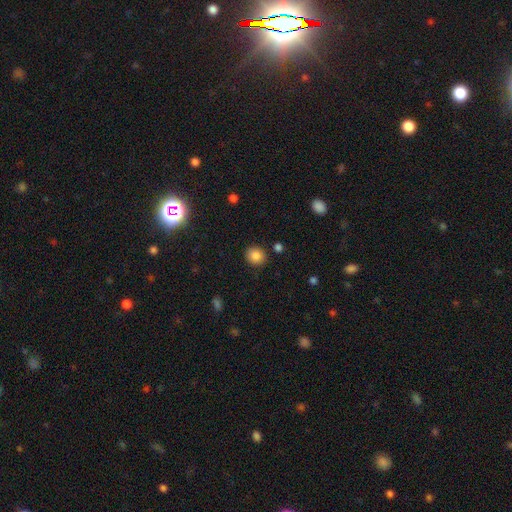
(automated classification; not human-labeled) Smooth or featured? smooth (85%)
How rounded? round (82%)
Merging? none (88%)